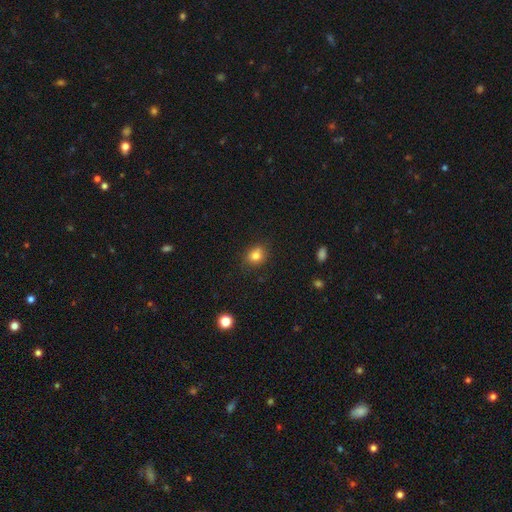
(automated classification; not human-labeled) A smooth galaxy with no disk features (81%) that is round (57%). Merging: none (82%).